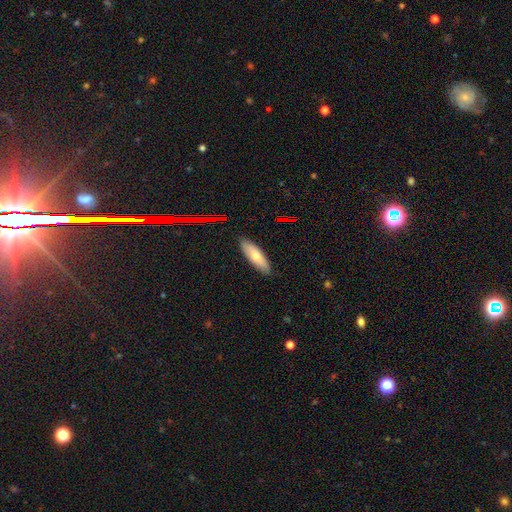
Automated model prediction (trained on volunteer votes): Q: Smooth or featured?
A: smooth (64%); runner-up: featured or disk (27%)
Q: How rounded?
A: in between (49%); tied with: cigar-shaped (49%)
Q: Merging?
A: none (88%); runner-up: minor disturbance (9%)